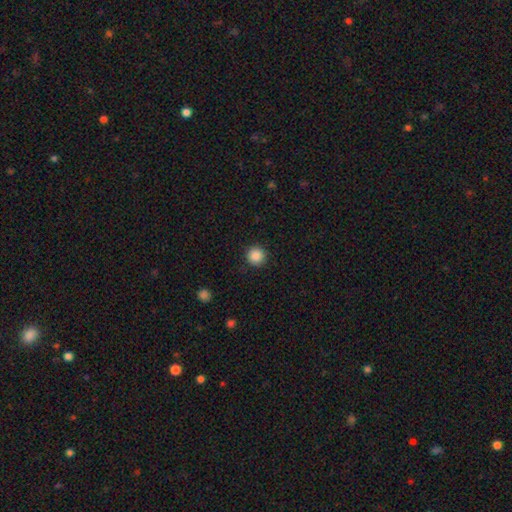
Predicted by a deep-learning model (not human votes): Smooth or featured? Predicted: smooth (p=0.87). How rounded? Predicted: round (p=0.96). Merging? Predicted: none (p=0.91).